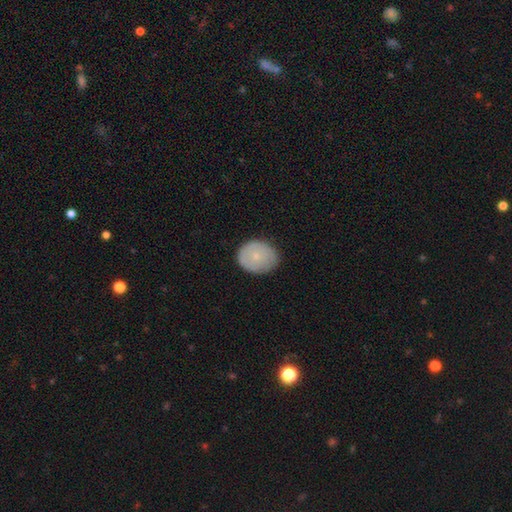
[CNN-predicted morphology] A smooth galaxy with no disk features (75%) that is round (61%).

Vote fractions:
- Smooth or featured? smooth: 75% / featured or disk: 19% / star or artifact: 6%
- How rounded? round: 61% / in between: 38% / cigar-shaped: 1%
- Merging? none: 82% / minor disturbance: 14% / major disturbance: 3% / merger: 1%